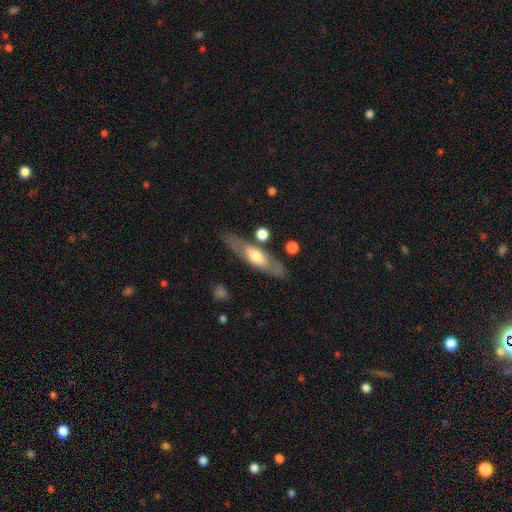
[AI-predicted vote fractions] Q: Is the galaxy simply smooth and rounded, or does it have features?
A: featured or disk — 52%.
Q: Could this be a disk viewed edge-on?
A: yes — 60%.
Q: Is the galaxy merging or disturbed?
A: none — 78%.